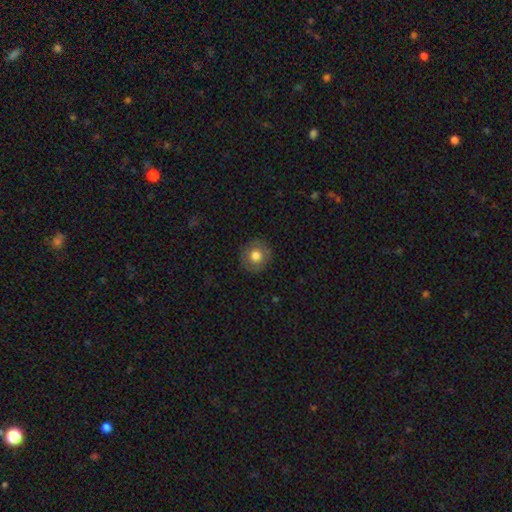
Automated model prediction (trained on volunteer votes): A smooth galaxy with no disk features (76%) that is round (92%).

Vote fractions:
- Smooth or featured? smooth: 76% / featured or disk: 15% / star or artifact: 9%
- How rounded? round: 92% / in between: 7% / cigar-shaped: 1%
- Merging? none: 88% / minor disturbance: 8% / major disturbance: 3% / merger: 1%